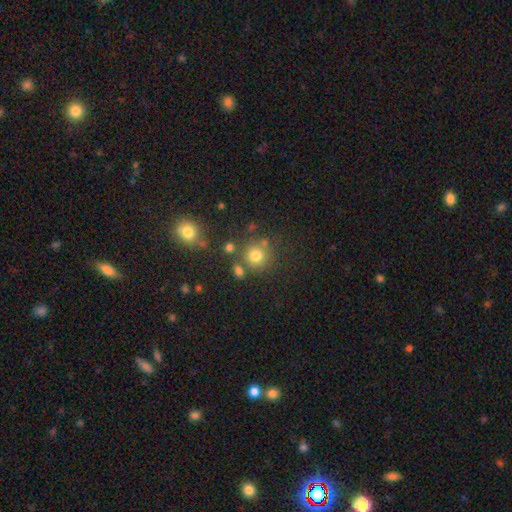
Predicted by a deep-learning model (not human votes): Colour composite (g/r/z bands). It shows a smooth galaxy with no disk features (75%) that is round (90%). Merging: none (72%).